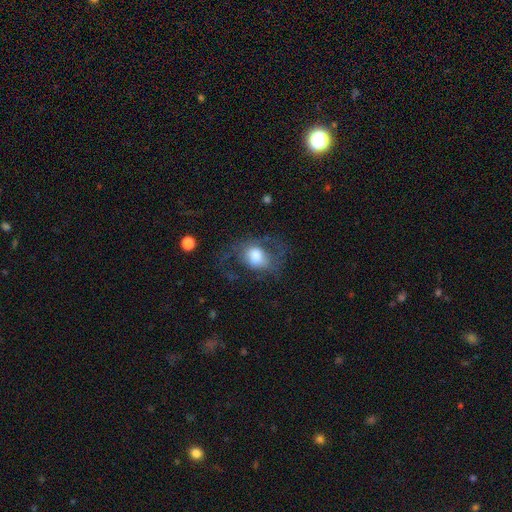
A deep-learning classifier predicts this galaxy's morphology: type=smooth (54%); roundness=in between (58%); merging=major disturbance (41%).